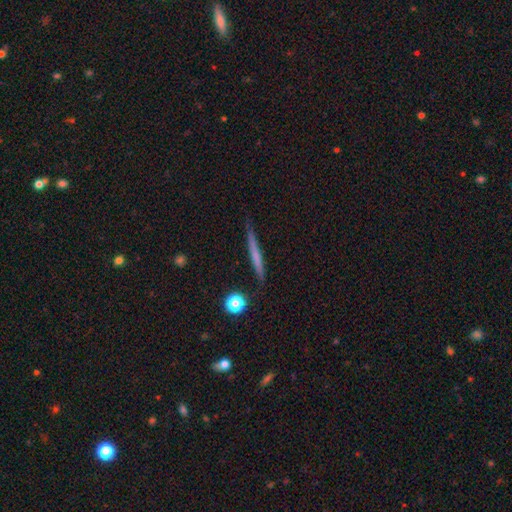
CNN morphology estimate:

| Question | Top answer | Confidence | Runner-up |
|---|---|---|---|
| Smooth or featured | smooth | 51% | featured or disk (42%) |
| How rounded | cigar-shaped | 94% | in between (3%) |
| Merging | none | 85% | minor disturbance (11%) |